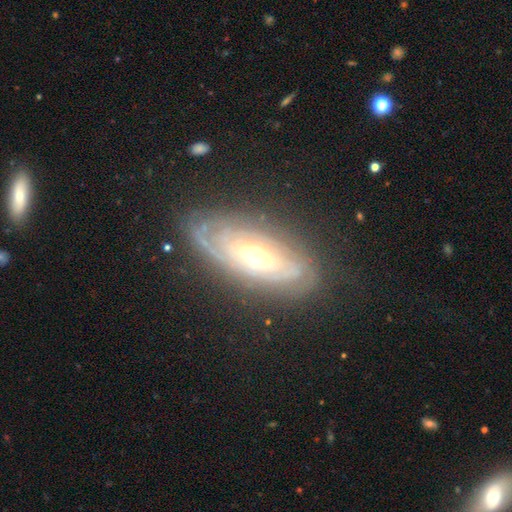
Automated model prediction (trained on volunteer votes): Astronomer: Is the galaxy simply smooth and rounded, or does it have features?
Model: featured or disk — 81%.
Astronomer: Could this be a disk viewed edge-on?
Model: no — 84%.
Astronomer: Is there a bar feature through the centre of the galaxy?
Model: no — 69%.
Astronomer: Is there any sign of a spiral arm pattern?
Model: yes — 86%.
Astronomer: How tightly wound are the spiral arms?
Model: tight — 75%.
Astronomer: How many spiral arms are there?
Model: can't tell — 49%.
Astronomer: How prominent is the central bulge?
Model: moderate — 70%.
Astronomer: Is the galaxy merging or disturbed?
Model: none — 78%.